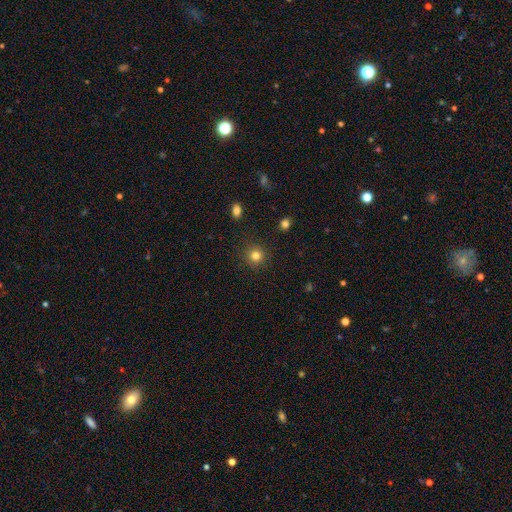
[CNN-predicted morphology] This is clearly a smooth galaxy (81%). How rounded: clearly round (93%). Merging: clearly none (90%).